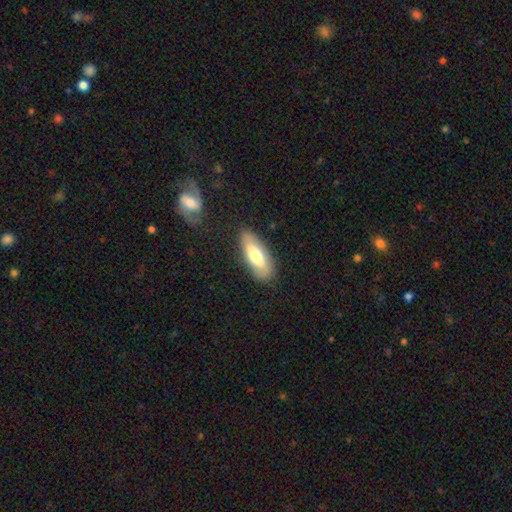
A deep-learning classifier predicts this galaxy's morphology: Overall: smooth (63%; featured or disk 32%). How rounded: in between (71%). Merging: none (84%).